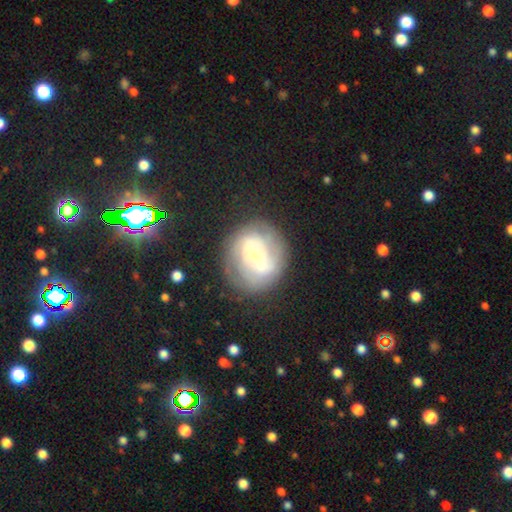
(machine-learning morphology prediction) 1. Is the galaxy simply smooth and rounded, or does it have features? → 69% featured or disk, 24% smooth, 7% star or artifact.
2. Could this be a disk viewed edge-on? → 97% no, 3% yes.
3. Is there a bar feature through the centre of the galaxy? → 39% weak, 38% no, 23% strong.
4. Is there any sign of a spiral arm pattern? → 77% yes, 23% no.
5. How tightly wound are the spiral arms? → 52% tight, 33% medium, 15% loose.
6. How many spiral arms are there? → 44% 2, 35% can't tell, 9% 3, 4% 1, 4% 4, 3% more than 4.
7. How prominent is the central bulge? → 56% small, 36% moderate, 4% large, 1% none, 1% dominant.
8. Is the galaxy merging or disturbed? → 74% none, 15% minor disturbance, 8% major disturbance, 2% merger.